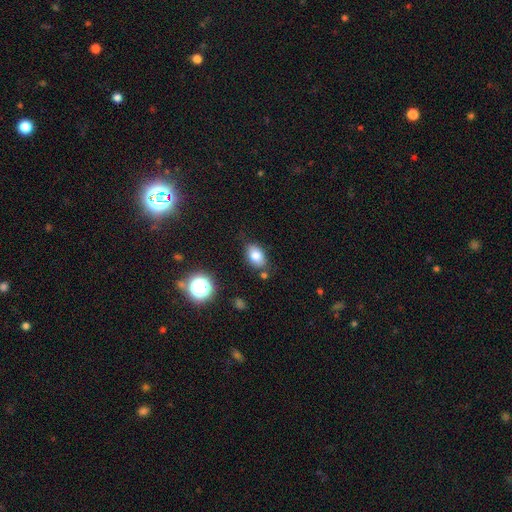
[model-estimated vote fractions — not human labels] smooth 80%, star or artifact 11%, featured or disk 10%. Down the decision tree: how rounded — in between (84%); merging — none (78%).